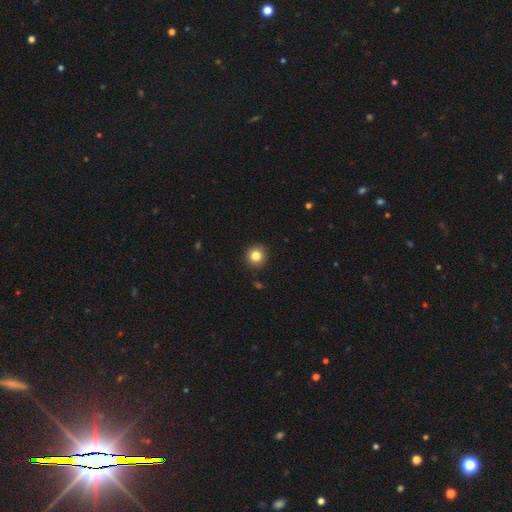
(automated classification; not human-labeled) Smooth or featured?
  - smooth: 83% *
  - star or artifact: 11%
  - featured or disk: 6%
How rounded?
  - round: 94% *
  - in between: 5%
  - cigar-shaped: 1%
Merging?
  - none: 91% *
  - minor disturbance: 6%
  - major disturbance: 2%
  - merger: 1%